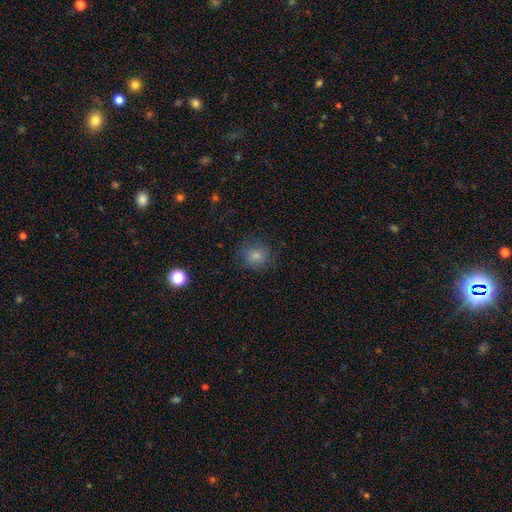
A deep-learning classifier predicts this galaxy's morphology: Smooth or featured: smooth — 68% (star or artifact — 19%)
How rounded: round — 86% (in between — 13%)
Merging: none — 82% (minor disturbance — 12%)